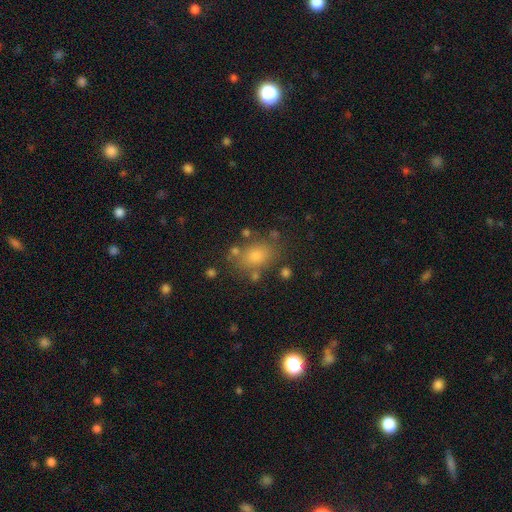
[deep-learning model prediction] A smooth galaxy with no disk features (73%) that is in between round and cigar-shaped (62%). Merging: none (74%).